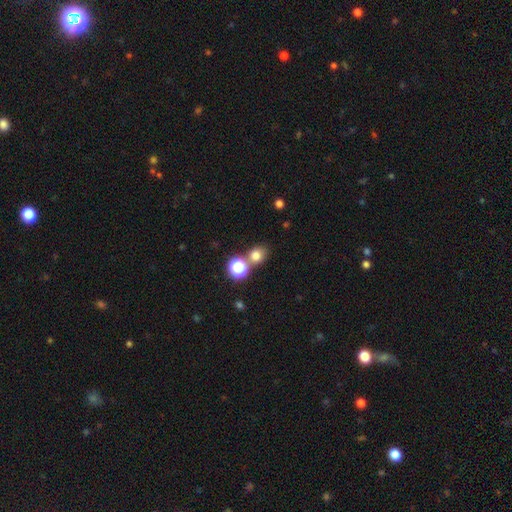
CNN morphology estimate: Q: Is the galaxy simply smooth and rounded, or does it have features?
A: smooth — 73%.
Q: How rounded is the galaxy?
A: round — 70%.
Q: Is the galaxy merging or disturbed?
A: none — 63%.